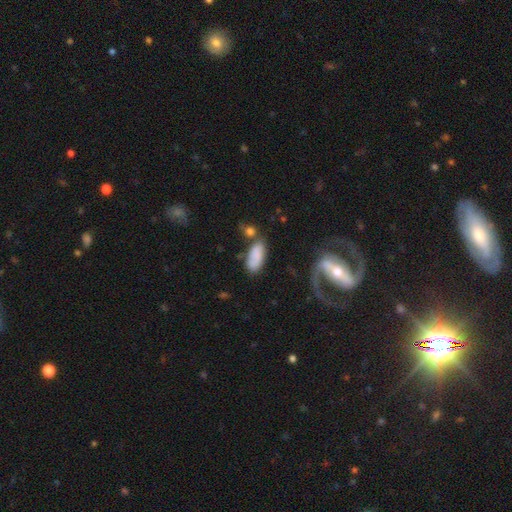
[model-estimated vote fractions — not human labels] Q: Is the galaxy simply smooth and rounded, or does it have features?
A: smooth — 80%.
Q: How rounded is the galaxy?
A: in between — 88%.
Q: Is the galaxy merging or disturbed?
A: none — 59%.